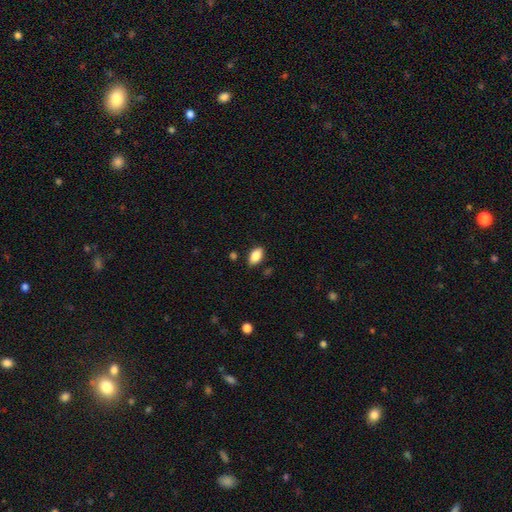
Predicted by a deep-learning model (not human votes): This appears to be a smooth galaxy with no disk features (86%) that is in between round and cigar-shaped (92%). Merging: none (83%).